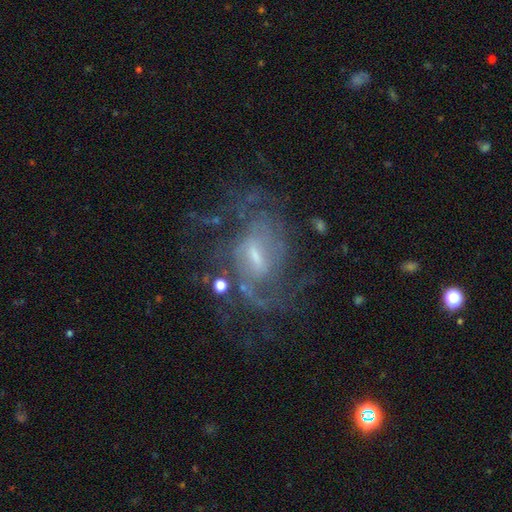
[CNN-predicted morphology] This appears to be a featured or disk galaxy (83%) with a weak bar (58%), medium (45%) spiral arms (88%) and a small central bulge (50%). Merging: none (56%).